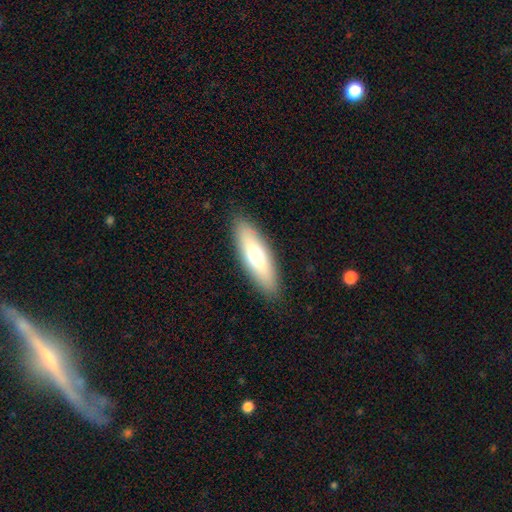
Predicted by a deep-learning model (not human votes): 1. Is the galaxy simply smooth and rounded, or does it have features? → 65% smooth, 29% featured or disk, 6% star or artifact.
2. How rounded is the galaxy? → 51% cigar-shaped, 47% in between, 2% round.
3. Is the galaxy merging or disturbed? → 89% none, 8% minor disturbance, 2% major disturbance, 1% merger.